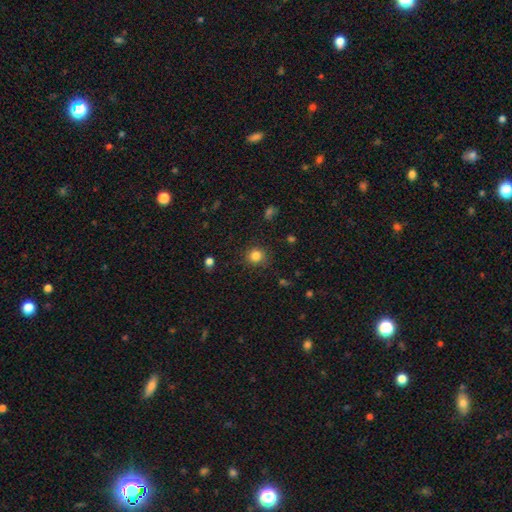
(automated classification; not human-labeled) smooth_or_featured: smooth (p=0.83) [alt: star or artifact p=0.12]
how_rounded: round (p=0.90) [alt: in between p=0.09]
merging: none (p=0.86) [alt: minor disturbance p=0.09]